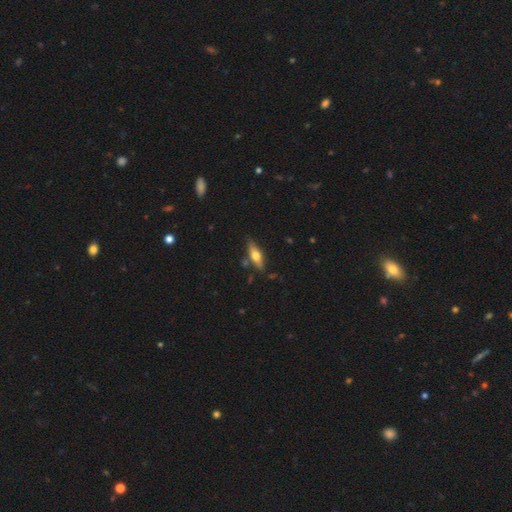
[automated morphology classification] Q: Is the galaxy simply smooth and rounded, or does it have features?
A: featured or disk — 49%.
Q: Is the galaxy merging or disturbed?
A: none — 78%.